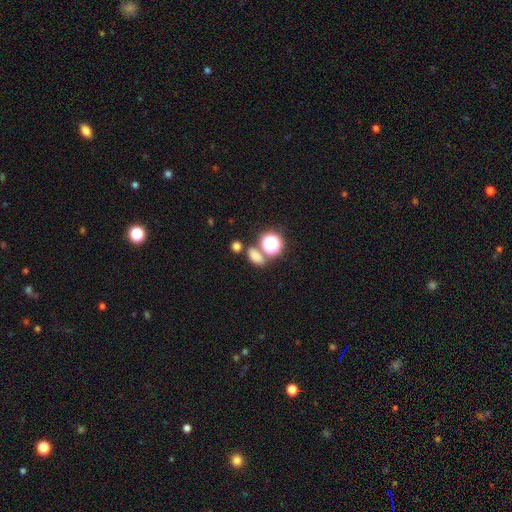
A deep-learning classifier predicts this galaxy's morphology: Overall: smooth (70%). How rounded: in between (67%; round 30%). Merging: none (66%).